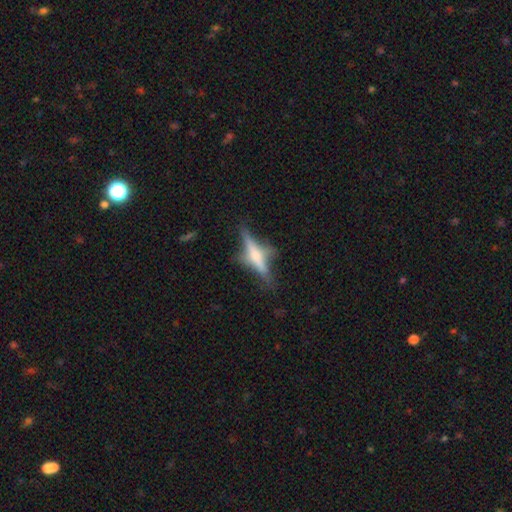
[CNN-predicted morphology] Smooth or featured? Predicted: featured or disk (p=0.61). Edge-on disk? Predicted: yes (p=0.91). Edge-on bulge? Predicted: rounded (p=0.76). Merging? Predicted: none (p=0.68).